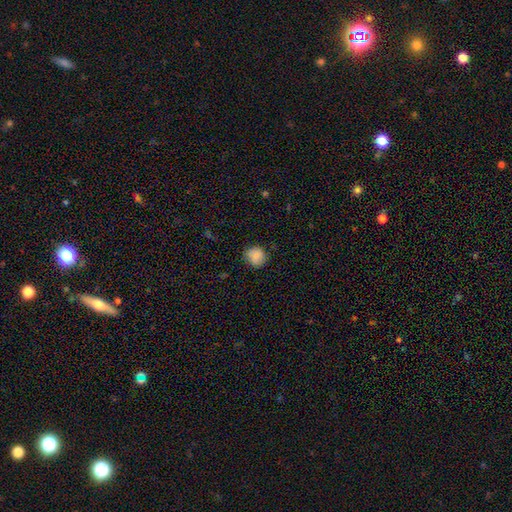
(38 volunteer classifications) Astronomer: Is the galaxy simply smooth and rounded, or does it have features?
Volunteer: smooth — 89%.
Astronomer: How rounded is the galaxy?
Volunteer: round — 88%.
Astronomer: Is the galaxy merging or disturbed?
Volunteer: none — 75%.